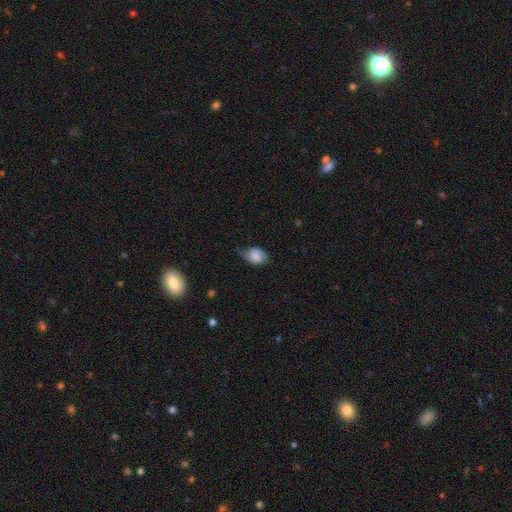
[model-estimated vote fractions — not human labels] Overall: smooth (71%). How rounded: in between (77%). Merging: minor disturbance (42%; none 39%).